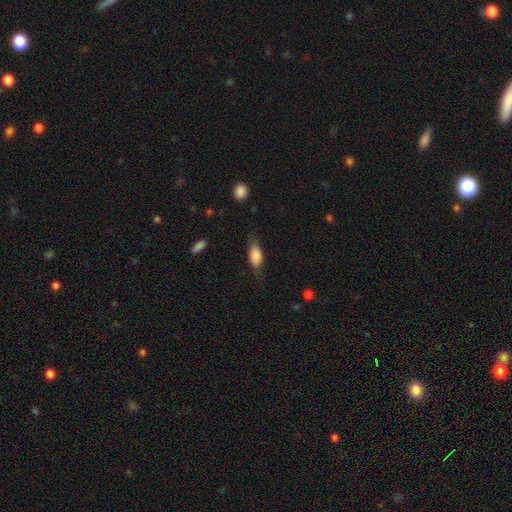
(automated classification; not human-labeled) Smooth or featured? smooth (79%)
How rounded? in between (79%)
Merging? none (67%)